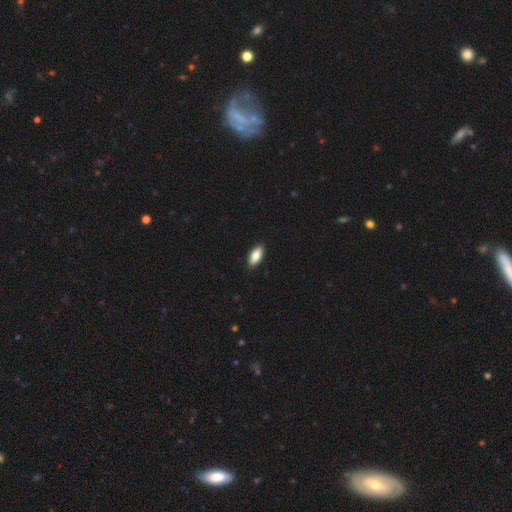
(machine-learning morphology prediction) smooth 85%, featured or disk 9%, star or artifact 6%. Down the decision tree: how rounded — in between (86%); merging — none (90%).